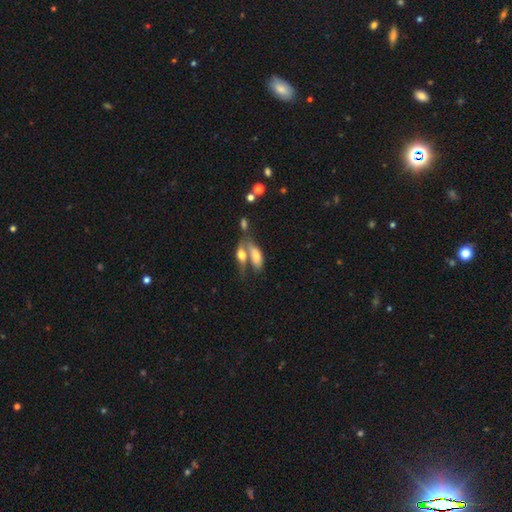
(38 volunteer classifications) This is clearly a smooth galaxy (82%). How rounded: clearly in between (90%). Merging: possibly merger (57%).